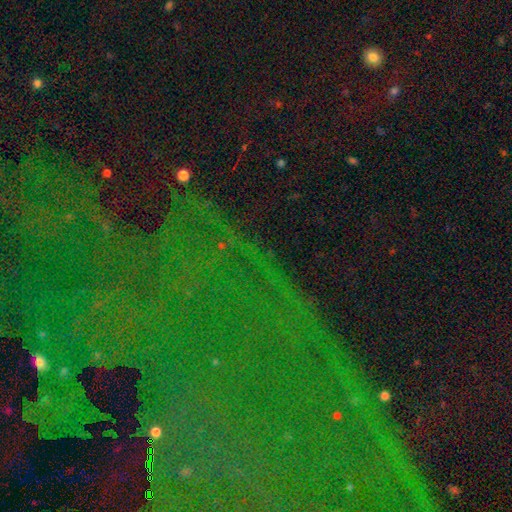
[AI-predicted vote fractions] Smooth or featured?
  - star or artifact: 83% *
  - smooth: 9%
  - featured or disk: 9%